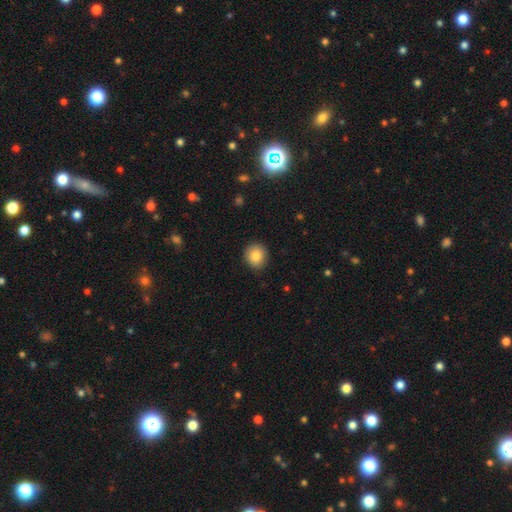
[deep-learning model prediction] This is clearly a smooth galaxy (86%). How rounded: clearly round (83%). Merging: clearly none (87%).